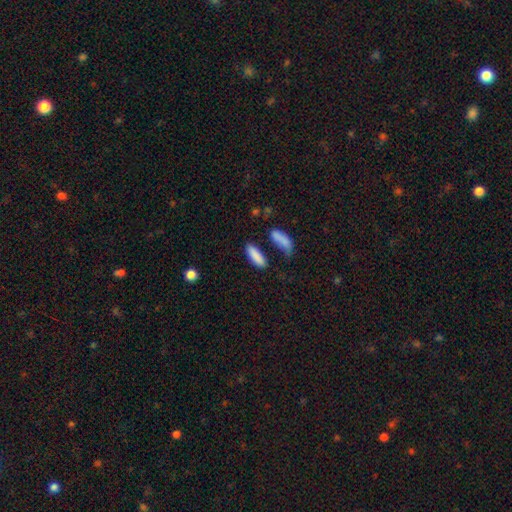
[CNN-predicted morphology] Smooth or featured: smooth — 87% (star or artifact — 7%)
How rounded: in between — 53% (cigar-shaped — 45%)
Merging: none — 71% (minor disturbance — 15%)